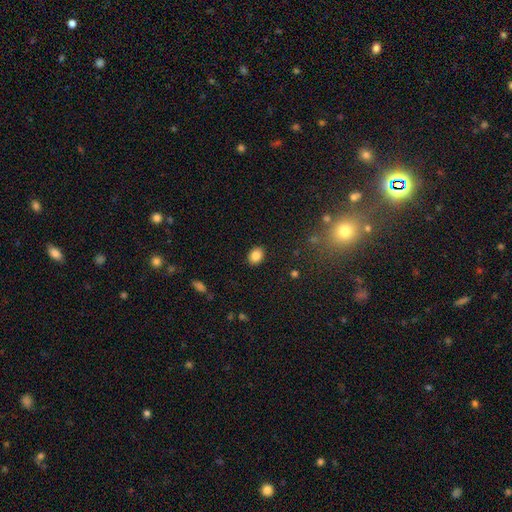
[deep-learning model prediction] Smooth or featured? Predicted: smooth (p=0.84). How rounded? Predicted: in between (p=0.60). Merging? Predicted: none (p=0.89).